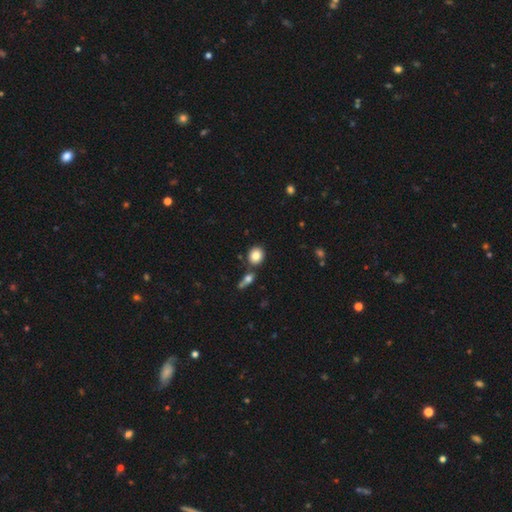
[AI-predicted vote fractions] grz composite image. It shows a smooth galaxy with no disk features (84%) that is round (68%). Merging: none (76%).